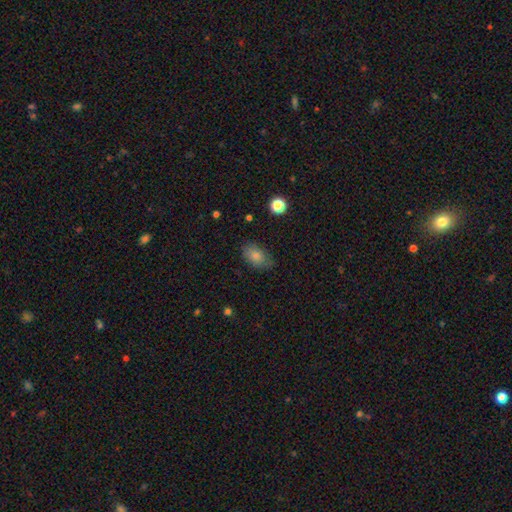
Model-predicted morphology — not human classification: smooth 80%, featured or disk 11%, star or artifact 9%. Down the decision tree: how rounded — in between (87%); merging — none (77%).